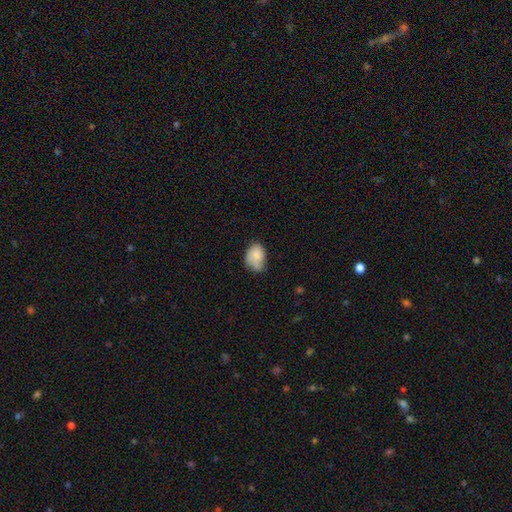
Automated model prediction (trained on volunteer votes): Smooth or featured? smooth (78%)
How rounded? in between (73%)
Merging? minor disturbance (43%)